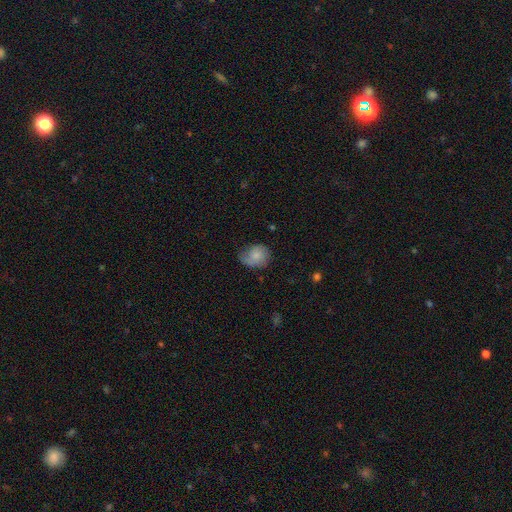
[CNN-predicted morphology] The model was most divided on "merging": none: 49%, minor disturbance: 35%, major disturbance: 14%, merger: 2%. More confident: smooth or featured — smooth (73%); how rounded — round (61%).